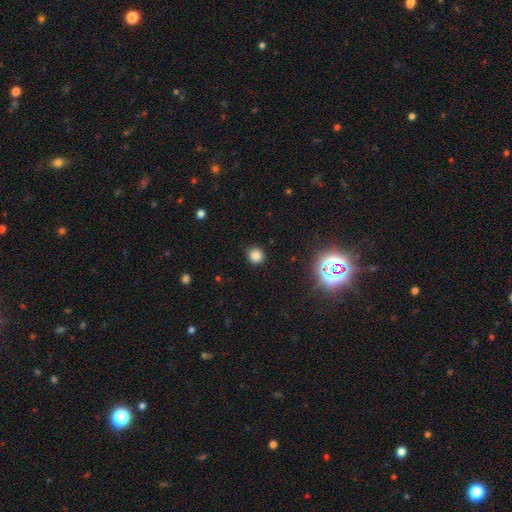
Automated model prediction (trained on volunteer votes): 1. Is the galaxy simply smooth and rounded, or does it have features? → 81% smooth, 15% star or artifact, 4% featured or disk.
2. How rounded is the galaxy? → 92% round, 7% in between, 1% cigar-shaped.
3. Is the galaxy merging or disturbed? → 91% none, 6% minor disturbance, 2% major disturbance, 1% merger.